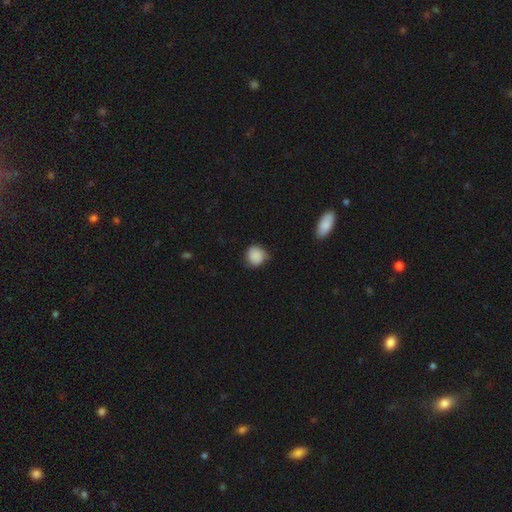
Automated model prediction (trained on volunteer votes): Smooth or featured: smooth — 86% (star or artifact — 8%)
How rounded: round — 86% (in between — 13%)
Merging: none — 66% (minor disturbance — 27%)